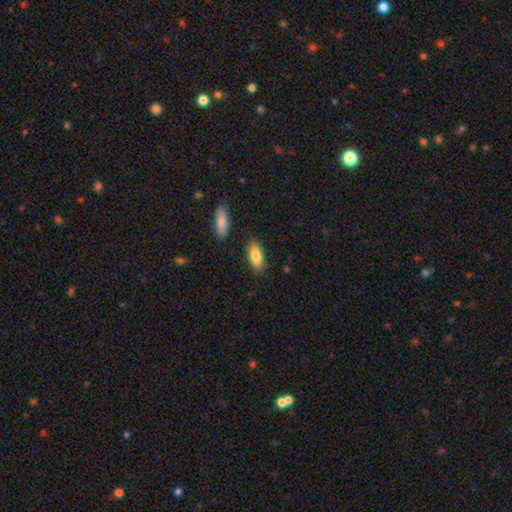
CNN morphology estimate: Smooth or featured: smooth — 85% (featured or disk — 9%)
How rounded: in between — 85% (cigar-shaped — 13%)
Merging: none — 84% (minor disturbance — 11%)